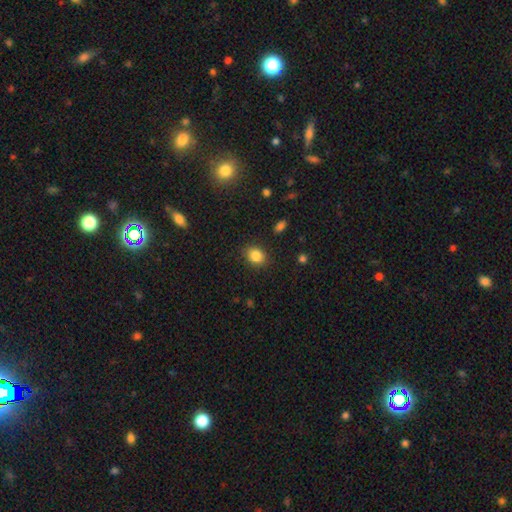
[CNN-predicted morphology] type=smooth (85%); roundness=in between (50%); merging=none (86%).